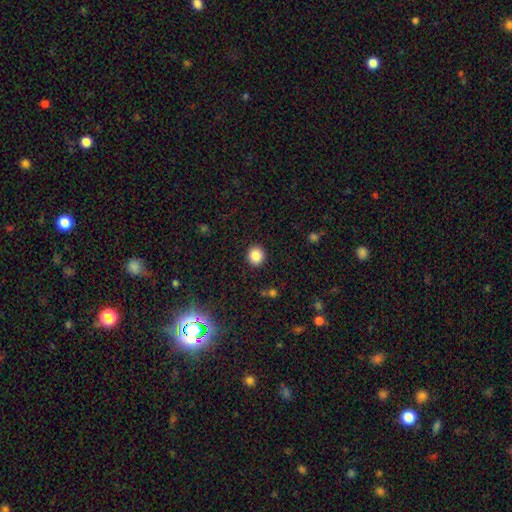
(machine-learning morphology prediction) smooth_or_featured: smooth (p=0.85) [alt: star or artifact p=0.11]
how_rounded: round (p=0.86) [alt: in between p=0.13]
merging: none (p=0.91) [alt: minor disturbance p=0.06]